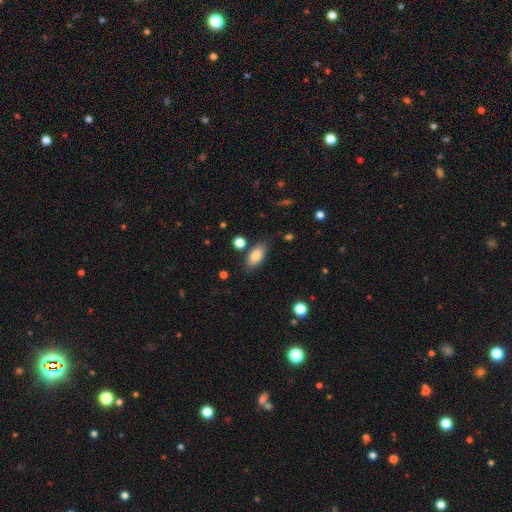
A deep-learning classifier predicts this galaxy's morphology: Overall: smooth (84%). How rounded: in between (88%). Merging: none (81%).